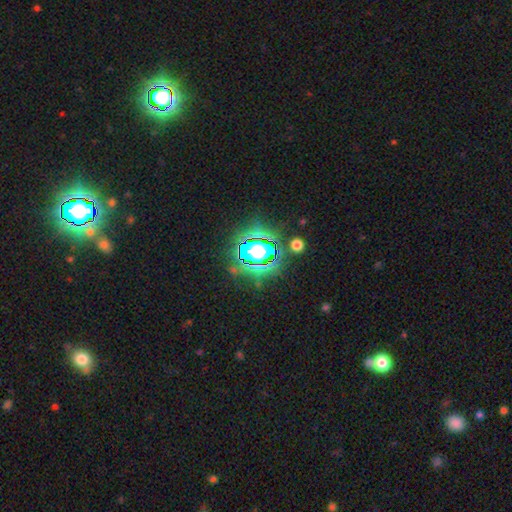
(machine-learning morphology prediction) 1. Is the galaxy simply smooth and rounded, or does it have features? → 82% star or artifact, 10% smooth, 7% featured or disk.